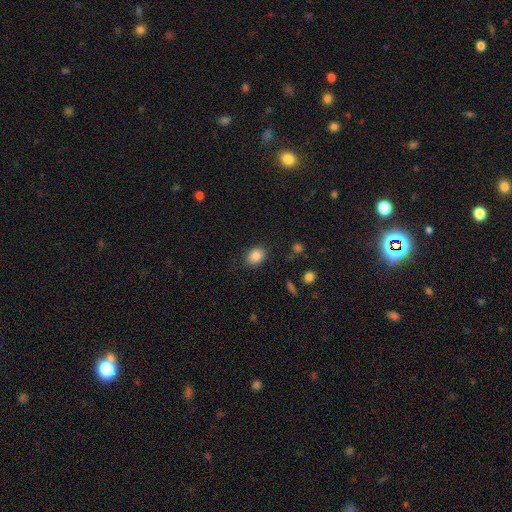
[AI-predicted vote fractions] This is clearly a smooth galaxy (86%). How rounded: likely in between (66%). Merging: clearly none (85%).